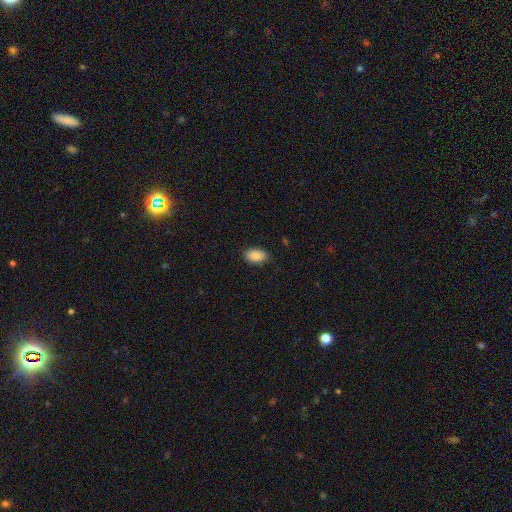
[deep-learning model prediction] Smooth or featured: smooth — 89% (star or artifact — 7%)
How rounded: in between — 92% (round — 6%)
Merging: none — 84% (minor disturbance — 13%)